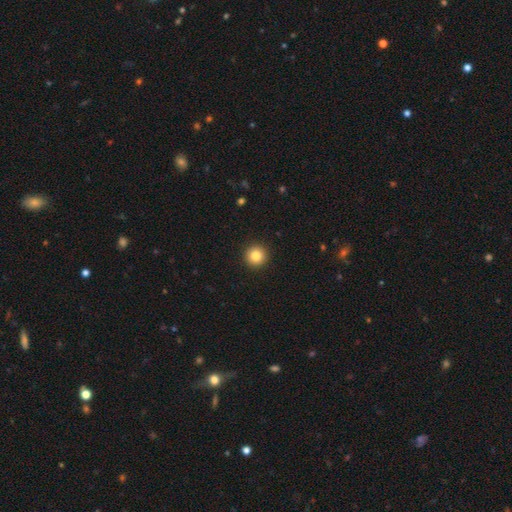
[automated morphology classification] smooth_or_featured: smooth (p=0.84) [alt: star or artifact p=0.10]
how_rounded: round (p=0.96) [alt: in between p=0.04]
merging: none (p=0.93) [alt: minor disturbance p=0.04]